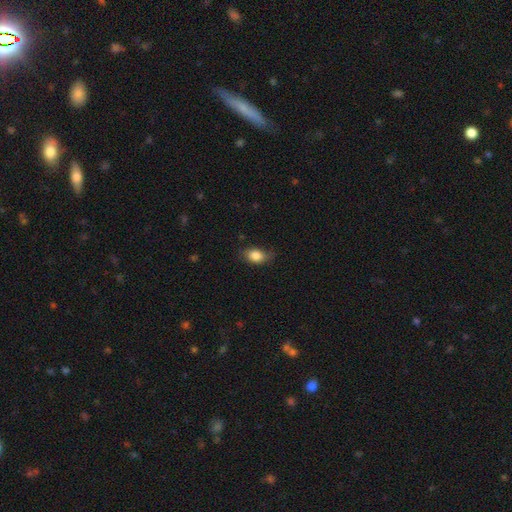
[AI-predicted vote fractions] Smooth or featured? Predicted: smooth (p=0.84). How rounded? Predicted: in between (p=0.80). Merging? Predicted: none (p=0.72).